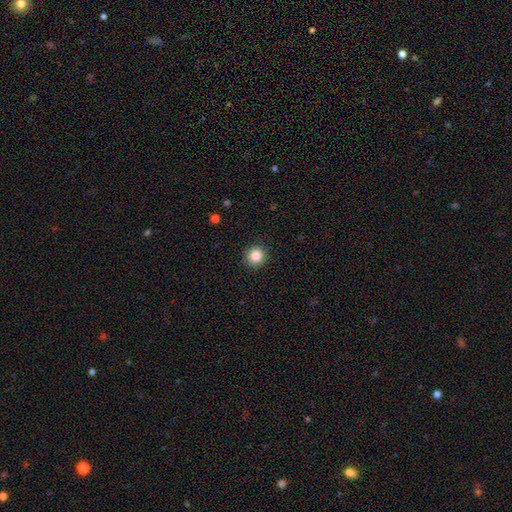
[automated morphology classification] Smooth or featured?
  - smooth: 86% *
  - star or artifact: 10%
  - featured or disk: 4%
How rounded?
  - round: 93% *
  - in between: 7%
  - cigar-shaped: 1%
Merging?
  - none: 91% *
  - minor disturbance: 6%
  - major disturbance: 2%
  - merger: 1%